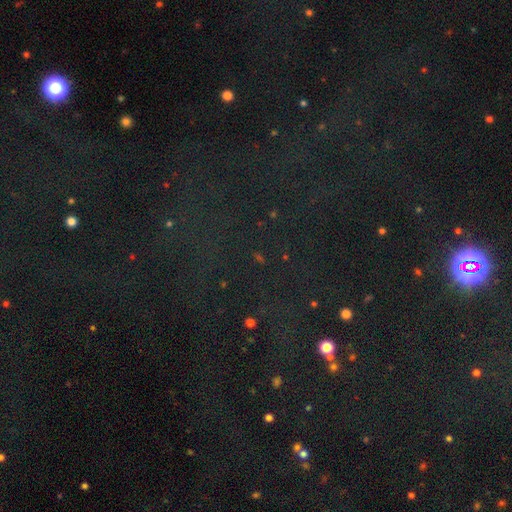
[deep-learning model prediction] The model was most divided on "smooth or featured": star or artifact: 78%, smooth: 14%, featured or disk: 8%.